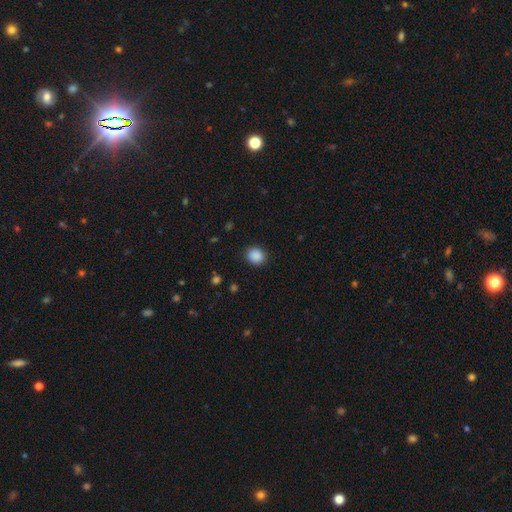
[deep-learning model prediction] smooth_or_featured: smooth (p=0.88) [alt: star or artifact p=0.09]
how_rounded: round (p=0.69) [alt: in between p=0.30]
merging: none (p=0.89) [alt: minor disturbance p=0.07]